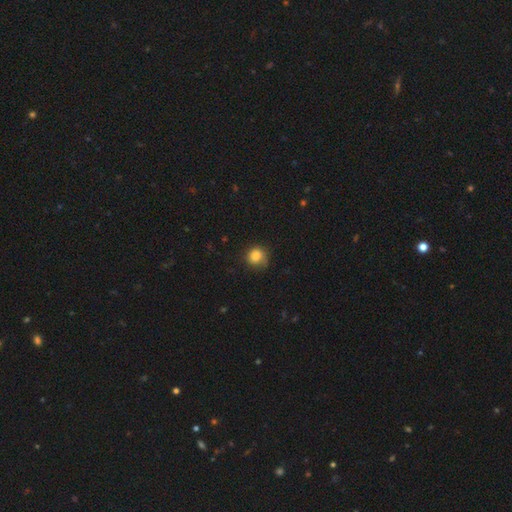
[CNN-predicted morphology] This appears to be a smooth galaxy with no disk features (83%) that is round (86%). Merging: none (68%).